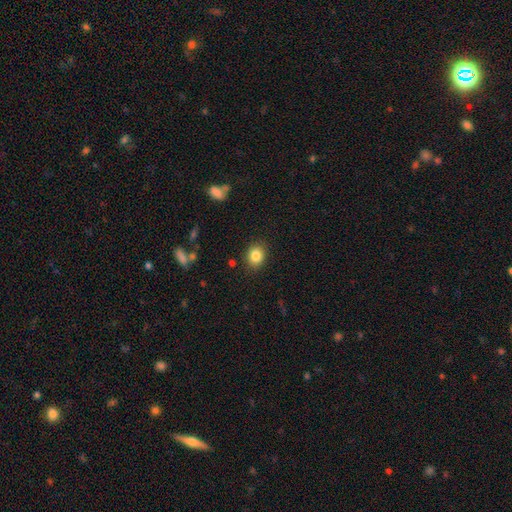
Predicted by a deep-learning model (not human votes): Smooth or featured: smooth — 85% (star or artifact — 10%)
How rounded: round — 56% (in between — 43%)
Merging: none — 87% (minor disturbance — 9%)